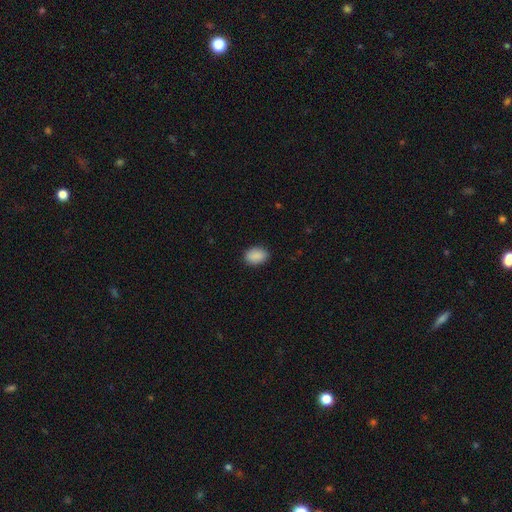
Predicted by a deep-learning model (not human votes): Smooth or featured: smooth — 90% (star or artifact — 7%)
How rounded: in between — 80% (round — 19%)
Merging: none — 87% (minor disturbance — 10%)